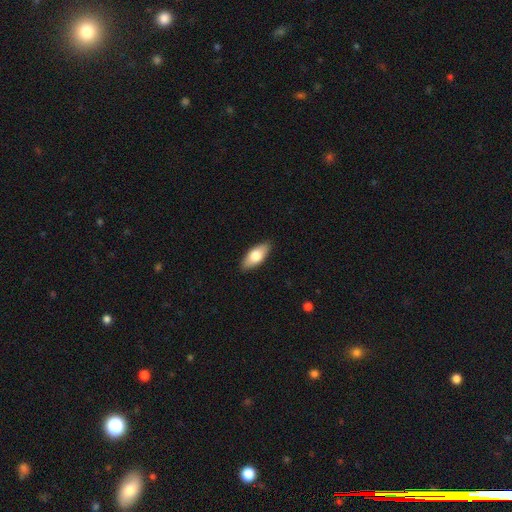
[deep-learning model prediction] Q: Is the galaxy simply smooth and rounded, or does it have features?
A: smooth — 72%.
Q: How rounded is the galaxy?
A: in between — 85%.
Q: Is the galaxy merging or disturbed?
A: none — 89%.